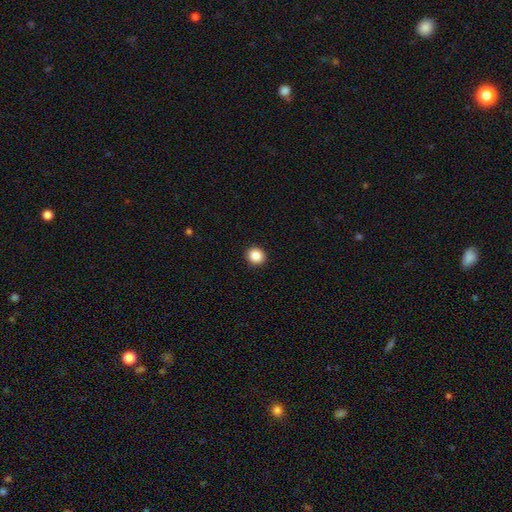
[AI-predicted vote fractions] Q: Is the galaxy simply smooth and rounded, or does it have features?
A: smooth — 88%.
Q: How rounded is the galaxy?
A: round — 85%.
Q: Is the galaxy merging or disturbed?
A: none — 93%.